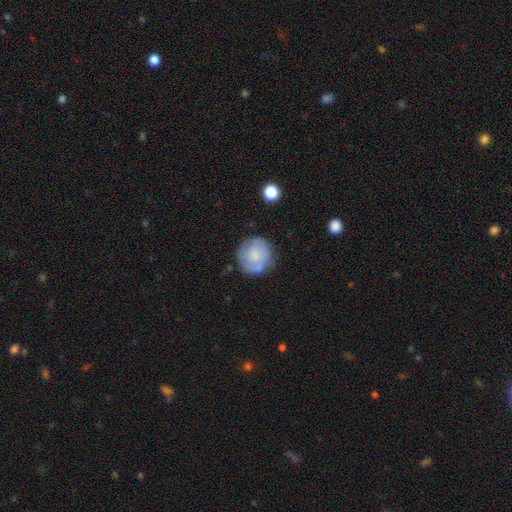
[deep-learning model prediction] smooth-or-featured: smooth: 65% | featured or disk: 28% | star or artifact: 7%
  how-rounded: round: 89% | in between: 10% | cigar-shaped: 1%
  merging: none: 66% | minor disturbance: 19% | merger: 8% | major disturbance: 7%